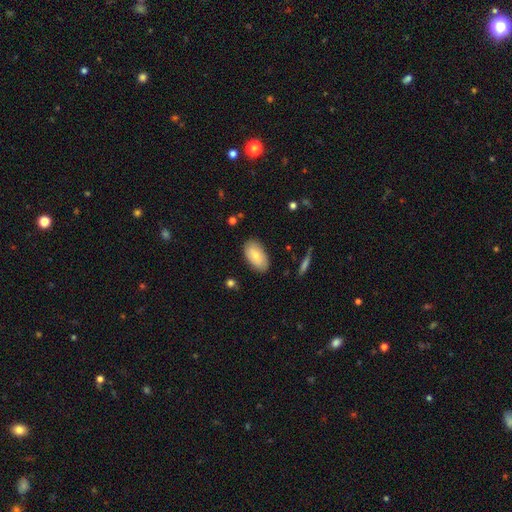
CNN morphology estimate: type=smooth (72%); roundness=in between (95%); merging=none (83%).